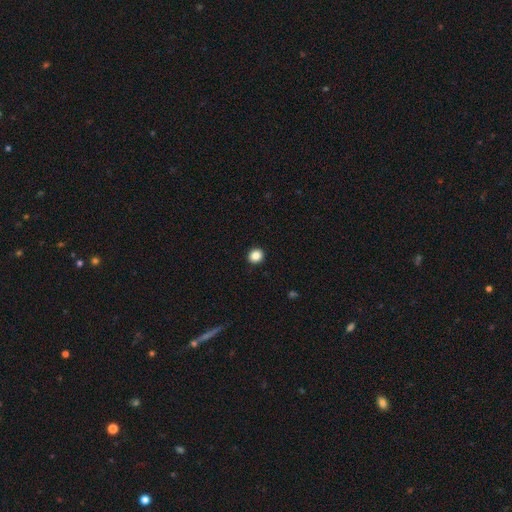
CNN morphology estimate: Smooth or featured: smooth — 87% (star or artifact — 10%)
How rounded: round — 86% (in between — 13%)
Merging: none — 93% (minor disturbance — 5%)